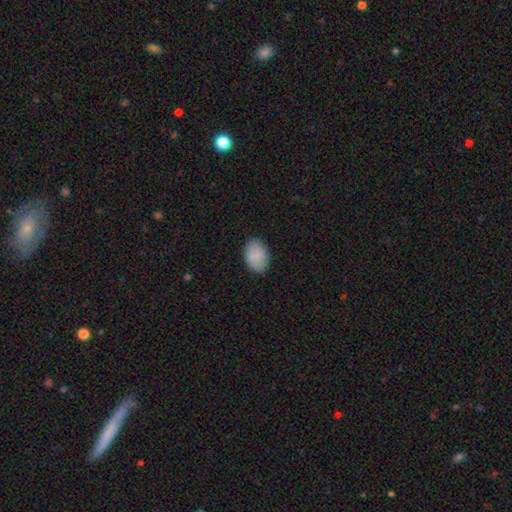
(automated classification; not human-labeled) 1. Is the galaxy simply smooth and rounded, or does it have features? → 88% smooth, 7% star or artifact, 6% featured or disk.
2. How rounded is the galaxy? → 86% in between, 13% round, 1% cigar-shaped.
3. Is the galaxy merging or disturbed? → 85% none, 12% minor disturbance, 3% major disturbance, 1% merger.